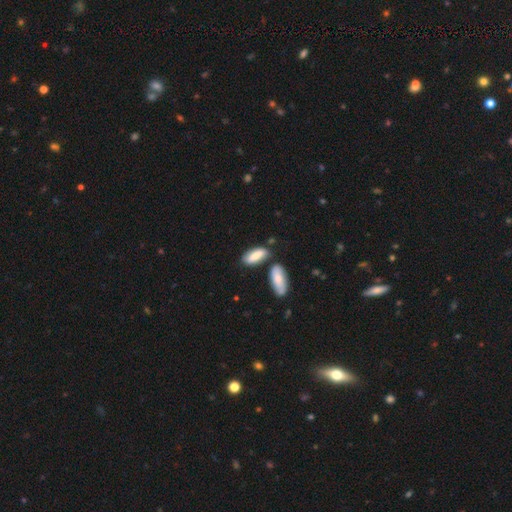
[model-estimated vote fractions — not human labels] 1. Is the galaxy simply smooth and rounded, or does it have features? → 79% smooth, 15% featured or disk, 6% star or artifact.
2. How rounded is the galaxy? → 74% in between, 24% cigar-shaped, 2% round.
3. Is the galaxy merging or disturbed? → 66% none, 16% minor disturbance, 15% merger, 4% major disturbance.